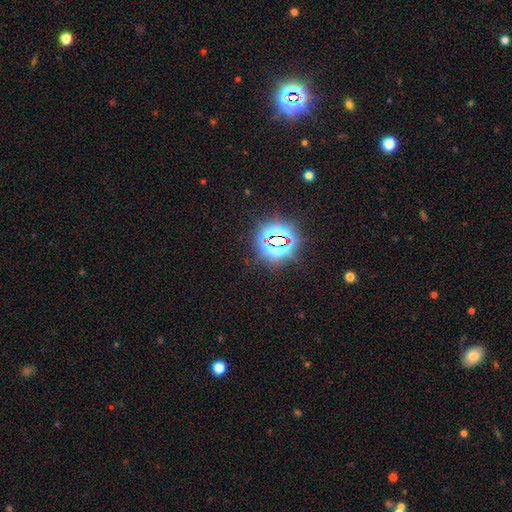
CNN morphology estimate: Smooth or featured? star or artifact (83%)